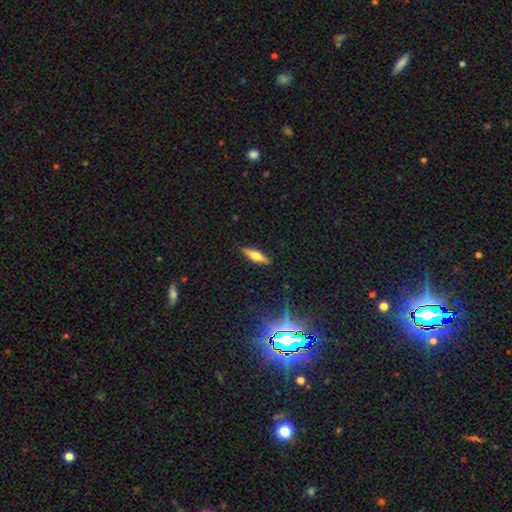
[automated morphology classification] Overall: smooth (57%; featured or disk 34%). How rounded: cigar-shaped (63%; in between 35%). Merging: none (88%).